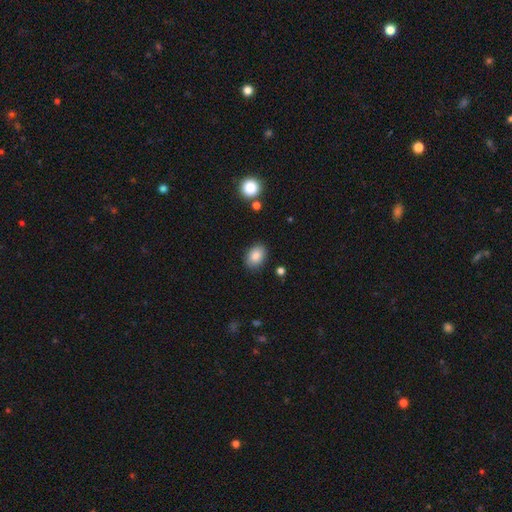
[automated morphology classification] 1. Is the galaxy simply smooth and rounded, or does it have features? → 87% smooth, 8% star or artifact, 5% featured or disk.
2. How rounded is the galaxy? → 73% in between, 26% round, 1% cigar-shaped.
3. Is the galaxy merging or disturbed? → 85% none, 10% minor disturbance, 3% major disturbance, 2% merger.